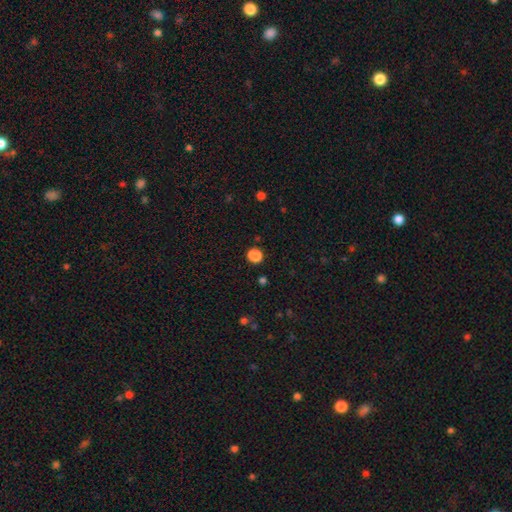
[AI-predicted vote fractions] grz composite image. It shows a smooth galaxy with no disk features (86%) that is round (68%). Merging: none (89%).